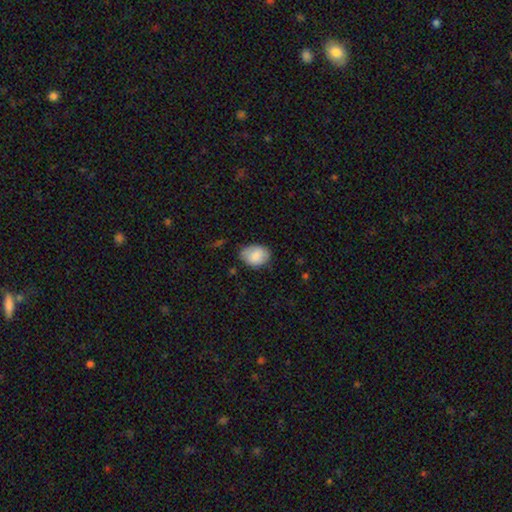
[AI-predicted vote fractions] A smooth galaxy with no disk features (83%) that is in between round and cigar-shaped (65%). Merging: none (70%).